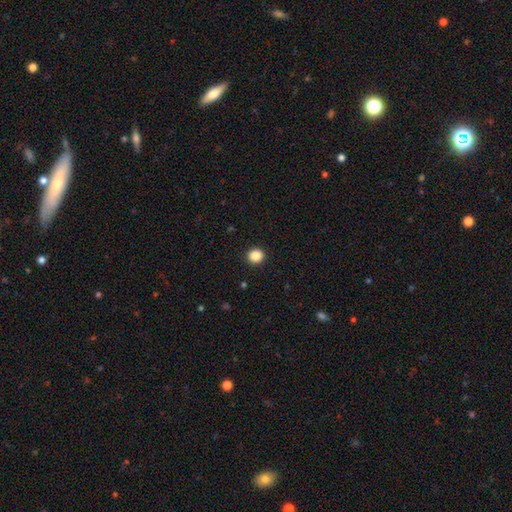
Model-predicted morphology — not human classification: smooth_or_featured: smooth (p=0.86) [alt: star or artifact p=0.11]
how_rounded: round (p=0.90) [alt: in between p=0.09]
merging: none (p=0.93) [alt: minor disturbance p=0.05]